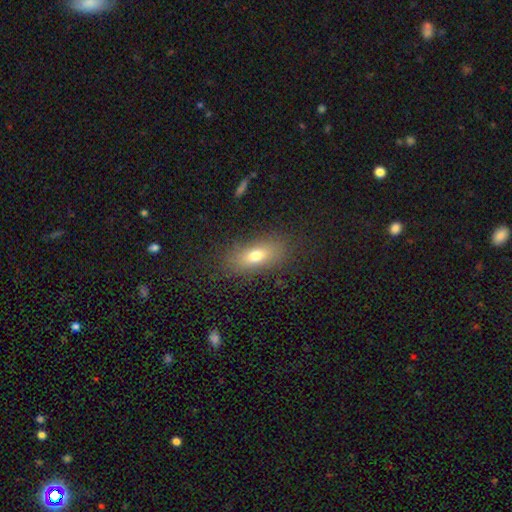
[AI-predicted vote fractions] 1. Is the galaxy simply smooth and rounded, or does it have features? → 73% smooth, 17% featured or disk, 10% star or artifact.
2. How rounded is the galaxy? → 76% in between, 17% cigar-shaped, 7% round.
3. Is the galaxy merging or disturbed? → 83% none, 11% minor disturbance, 5% major disturbance, 1% merger.